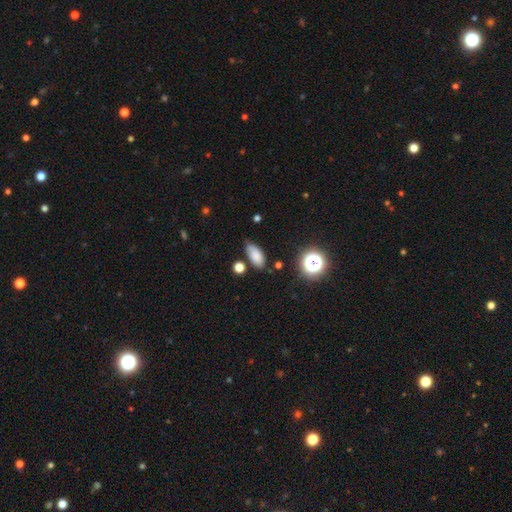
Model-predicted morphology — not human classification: A smooth galaxy with no disk features (81%) that is in between round and cigar-shaped (85%).

Vote fractions:
- Smooth or featured? smooth: 81% / star or artifact: 12% / featured or disk: 7%
- How rounded? in between: 85% / cigar-shaped: 9% / round: 5%
- Merging? none: 74% / minor disturbance: 19% / merger: 4% / major disturbance: 4%